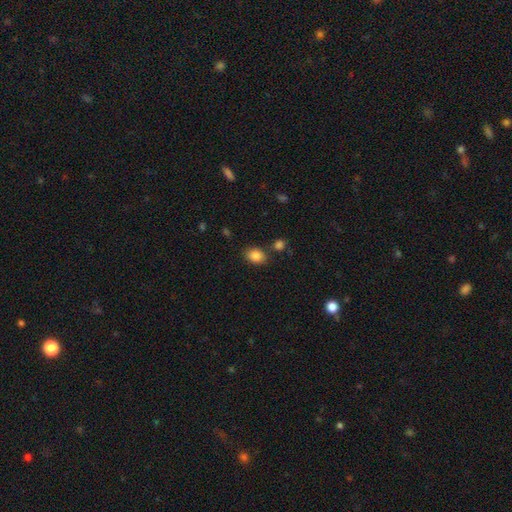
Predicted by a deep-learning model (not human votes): Smooth or featured?
  - smooth: 86% *
  - star or artifact: 9%
  - featured or disk: 5%
How rounded?
  - in between: 69% *
  - round: 30%
  - cigar-shaped: 1%
Merging?
  - none: 77% *
  - minor disturbance: 12%
  - merger: 7%
  - major disturbance: 4%